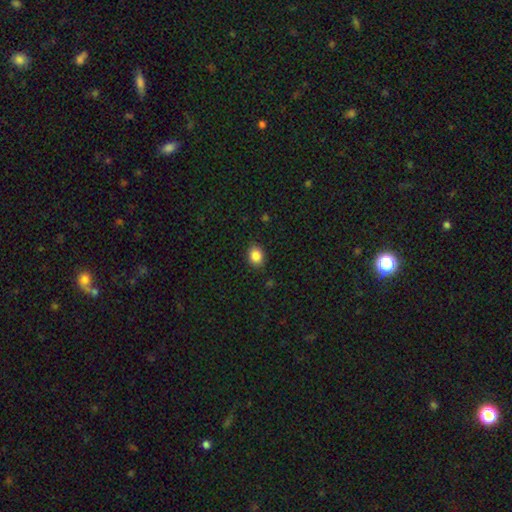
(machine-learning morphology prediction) This appears to be a smooth galaxy with no disk features (86%) that is in between round and cigar-shaped (56%). Merging: none (87%).